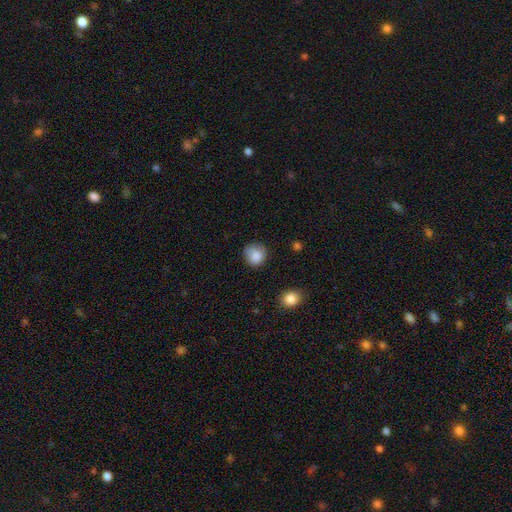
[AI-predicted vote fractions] A smooth galaxy with no disk features (85%) that is round (87%).

Vote fractions:
- Smooth or featured? smooth: 85% / star or artifact: 9% / featured or disk: 6%
- How rounded? round: 87% / in between: 12% / cigar-shaped: 1%
- Merging? none: 72% / minor disturbance: 21% / major disturbance: 5% / merger: 2%